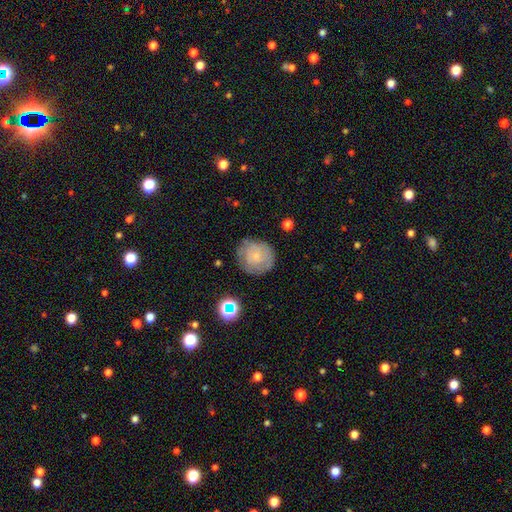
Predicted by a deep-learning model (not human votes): smooth 61%, featured or disk 30%, star or artifact 9%. Down the decision tree: how rounded — round (90%); merging — none (72%).